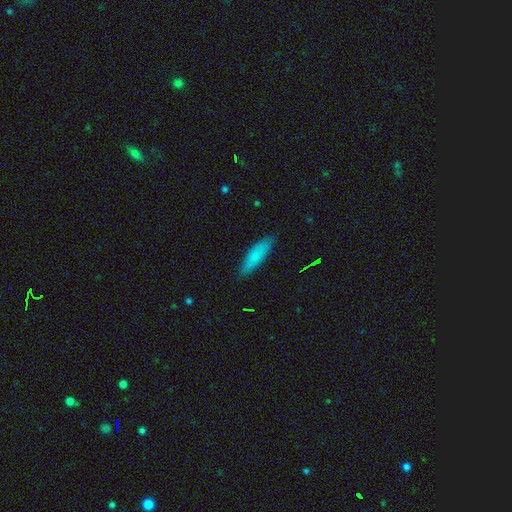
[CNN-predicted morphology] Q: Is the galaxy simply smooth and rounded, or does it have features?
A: smooth — 78%.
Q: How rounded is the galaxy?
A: cigar-shaped — 67%.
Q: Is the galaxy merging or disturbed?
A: none — 86%.